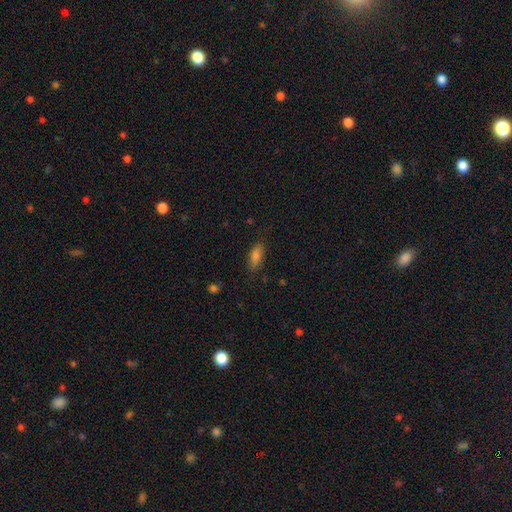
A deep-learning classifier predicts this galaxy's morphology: smooth-or-featured: smooth: 79% | featured or disk: 12% | star or artifact: 10%
  how-rounded: in between: 76% | cigar-shaped: 22% | round: 3%
  merging: none: 82% | minor disturbance: 13% | major disturbance: 3% | merger: 1%